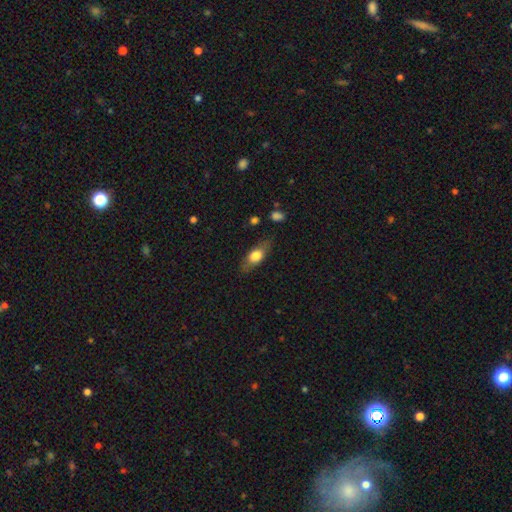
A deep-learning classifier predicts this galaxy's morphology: This is likely a smooth galaxy (68%). How rounded: likely in between (74%). Merging: likely none (77%).